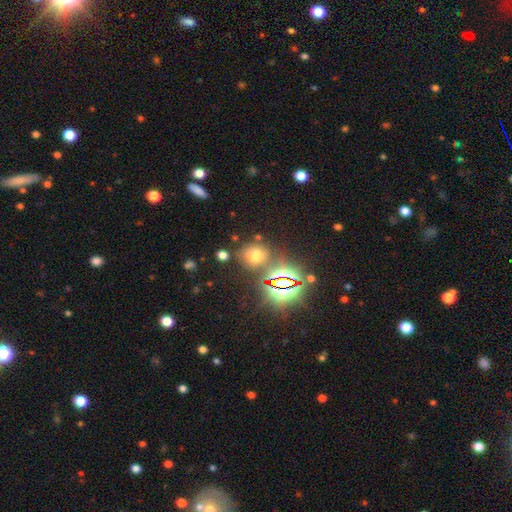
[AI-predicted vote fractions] Q: Smooth or featured?
A: smooth (57%); runner-up: star or artifact (33%)
Q: How rounded?
A: round (70%); runner-up: in between (28%)
Q: Merging?
A: none (72%); runner-up: minor disturbance (12%)